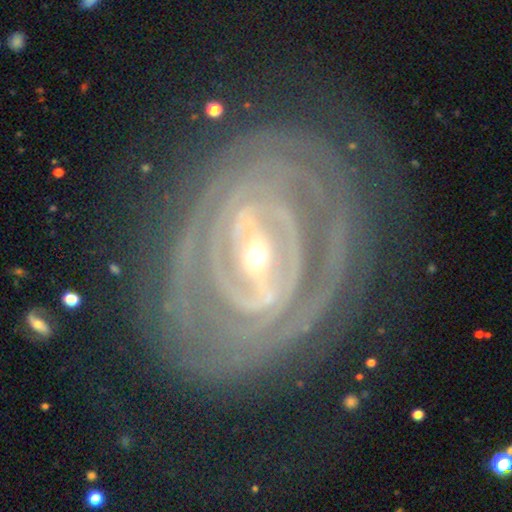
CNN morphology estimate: featured or disk 88%, smooth 7%, star or artifact 6%. Down the decision tree: edge-on disk — no (94%); bar — strong (57%); spiral arms — yes (87%); spiral arm count — can't tell (39%); spiral winding — tight (77%); bulge size — small (67%); merging — none (73%).